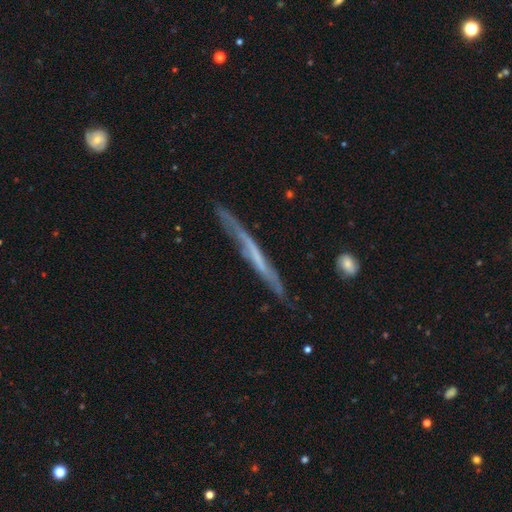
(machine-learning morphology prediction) Overall: featured or disk (64%; smooth 29%). Edge-on disk: yes (88%). Edge-on bulge: none (85%). Merging: none (74%).